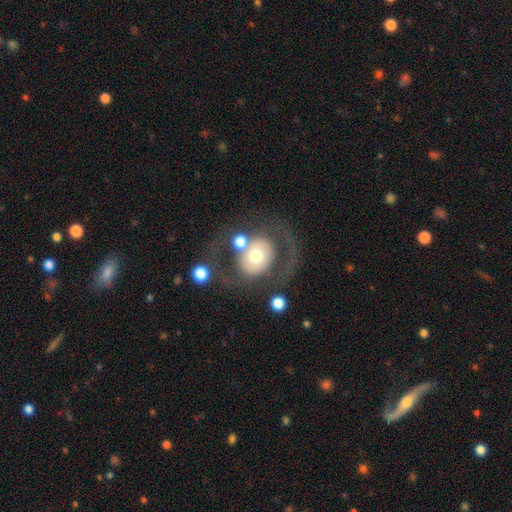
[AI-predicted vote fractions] This appears to be a featured or disk galaxy (49%). Merging: none (52%).